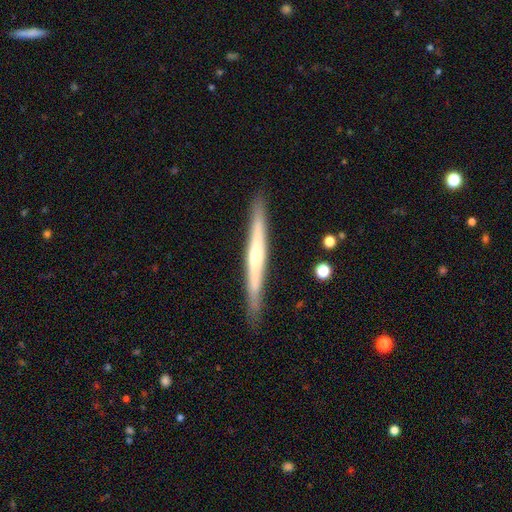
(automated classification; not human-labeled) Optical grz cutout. It shows a featured or disk galaxy (62%) viewed edge-on (96%) with a rounded central bulge (57%). Merging: none (88%).